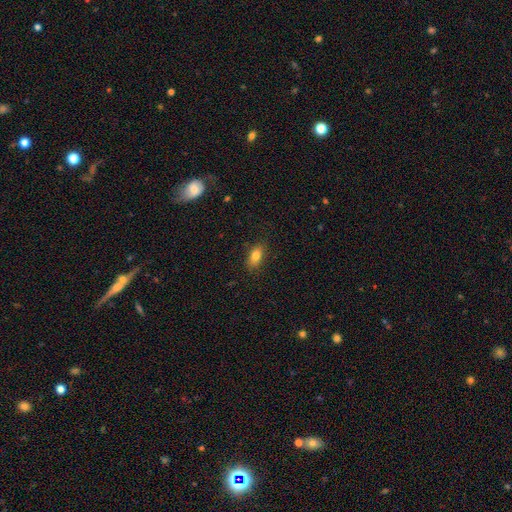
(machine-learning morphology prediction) type=smooth (81%); roundness=in between (87%); merging=none (85%).